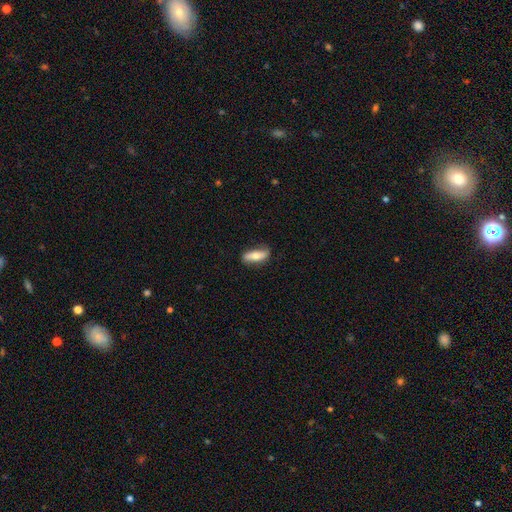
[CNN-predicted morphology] smooth 63%, featured or disk 31%, star or artifact 6%. Down the decision tree: how rounded — in between (58%); merging — none (76%).